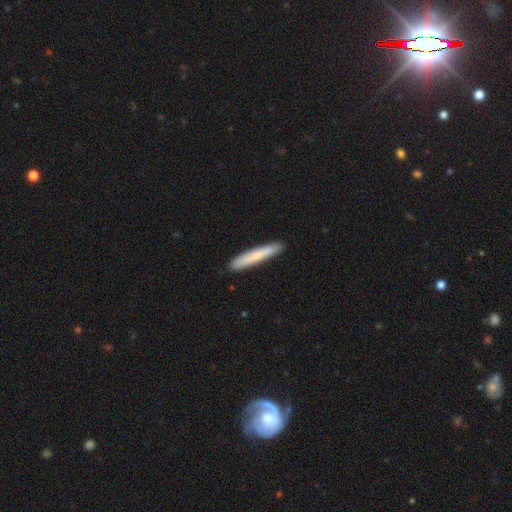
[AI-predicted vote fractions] Smooth or featured?
  - smooth: 74% *
  - featured or disk: 21%
  - star or artifact: 6%
How rounded?
  - cigar-shaped: 95% *
  - in between: 4%
  - round: 1%
Merging?
  - none: 89% *
  - minor disturbance: 8%
  - major disturbance: 1%
  - merger: 1%